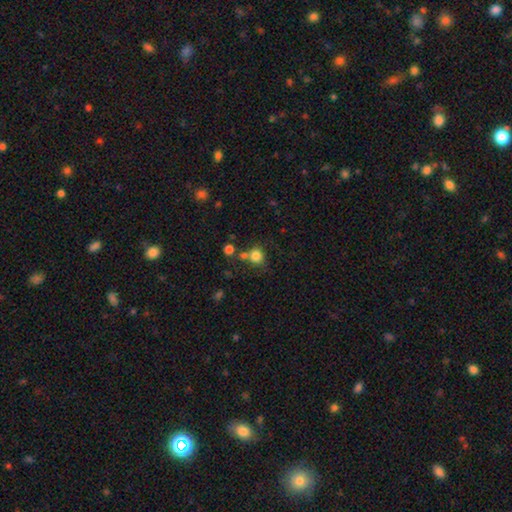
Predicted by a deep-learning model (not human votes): Smooth or featured?
  - smooth: 81% *
  - star or artifact: 12%
  - featured or disk: 7%
How rounded?
  - round: 81% *
  - in between: 18%
  - cigar-shaped: 1%
Merging?
  - none: 62% *
  - merger: 21%
  - minor disturbance: 12%
  - major disturbance: 5%